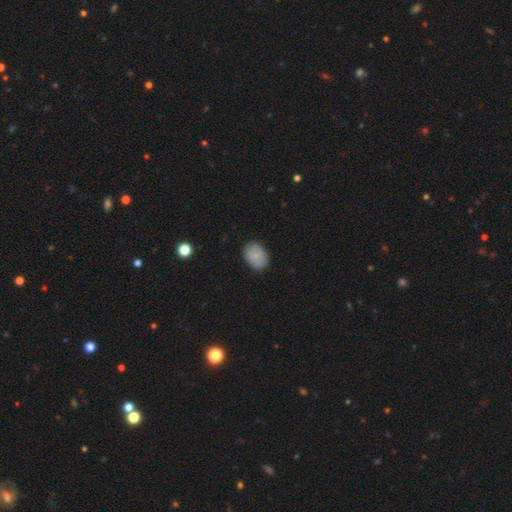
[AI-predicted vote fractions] smooth_or_featured: smooth (p=0.86) [alt: star or artifact p=0.08]
how_rounded: in between (p=0.72) [alt: round p=0.27]
merging: none (p=0.84) [alt: minor disturbance p=0.12]